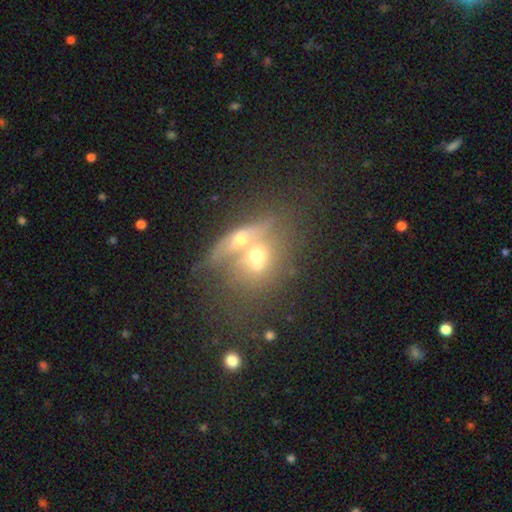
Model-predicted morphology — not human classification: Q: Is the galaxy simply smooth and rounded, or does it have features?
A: featured or disk — 44%.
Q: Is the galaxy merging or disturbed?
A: merger — 68%.